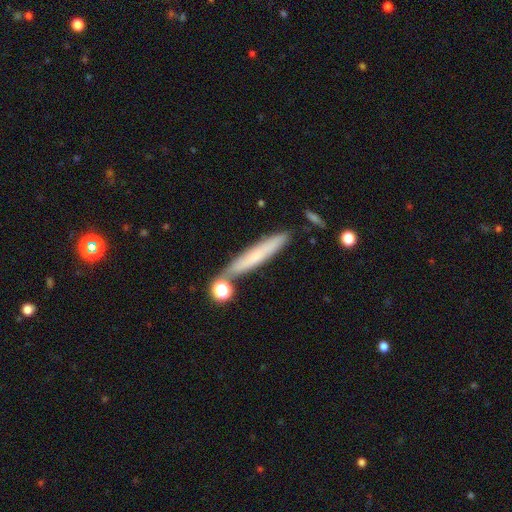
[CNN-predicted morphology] Q: Smooth or featured?
A: smooth (62%); runner-up: featured or disk (30%)
Q: How rounded?
A: cigar-shaped (93%); runner-up: in between (6%)
Q: Merging?
A: none (73%); runner-up: minor disturbance (14%)